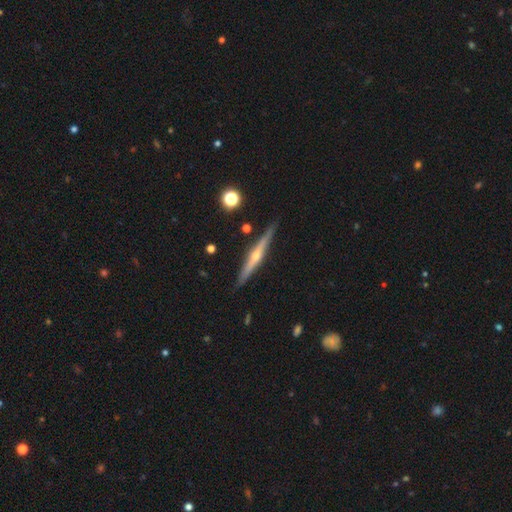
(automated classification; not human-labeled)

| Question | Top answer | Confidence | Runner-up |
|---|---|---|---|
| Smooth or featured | featured or disk | 76% | smooth (18%) |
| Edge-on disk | yes | 98% | no (2%) |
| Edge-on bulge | rounded | 87% | none (10%) |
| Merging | none | 89% | minor disturbance (8%) |